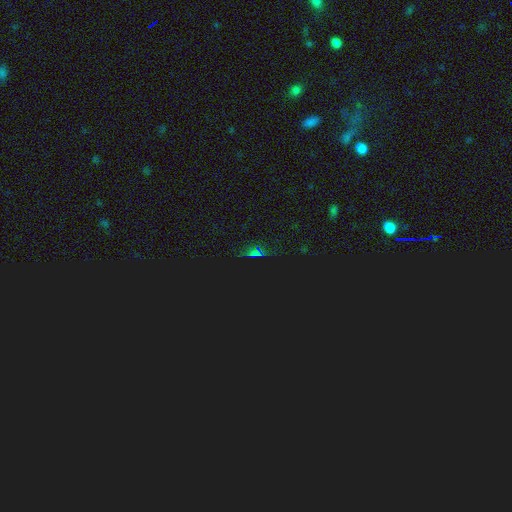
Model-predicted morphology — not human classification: A star or artifact, not a galaxy (70%).

Vote fractions:
- Smooth or featured? star or artifact: 70% / smooth: 19% / featured or disk: 11%